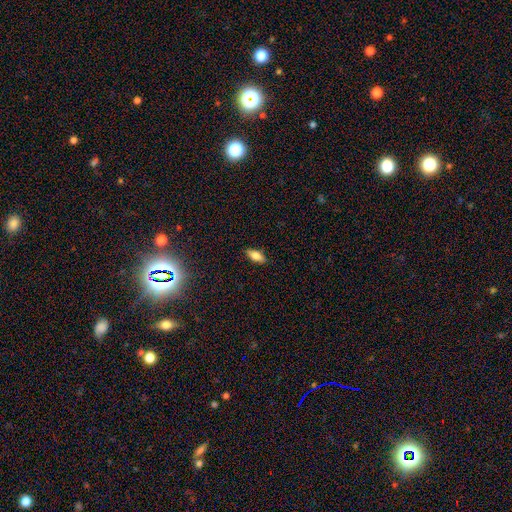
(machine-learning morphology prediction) Smooth or featured? Predicted: smooth (p=0.72). How rounded? Predicted: in between (p=0.78). Merging? Predicted: none (p=0.87).